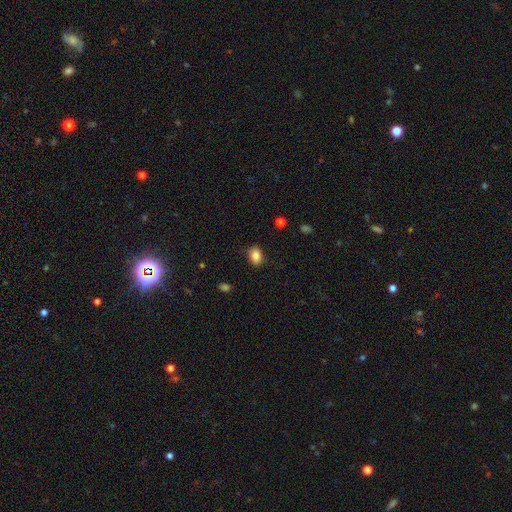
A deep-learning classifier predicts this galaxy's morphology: The model was most divided on "how rounded": in between: 76%, round: 23%, cigar-shaped: 1%. More confident: smooth or featured — smooth (85%); merging — none (83%).